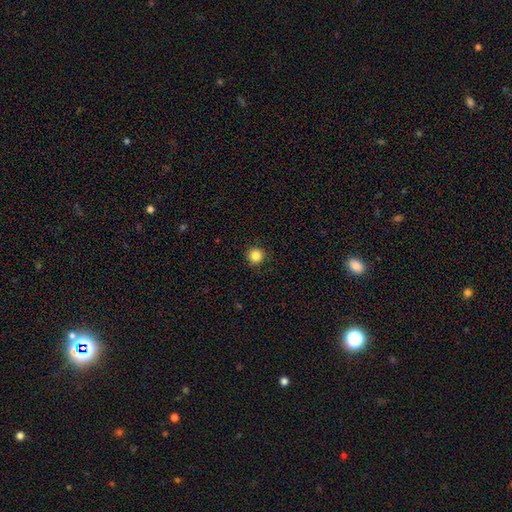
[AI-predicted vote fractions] smooth-or-featured: smooth: 85% | star or artifact: 11% | featured or disk: 4%
  how-rounded: round: 96% | in between: 3% | cigar-shaped: 1%
  merging: none: 92% | minor disturbance: 5% | major disturbance: 2% | merger: 1%